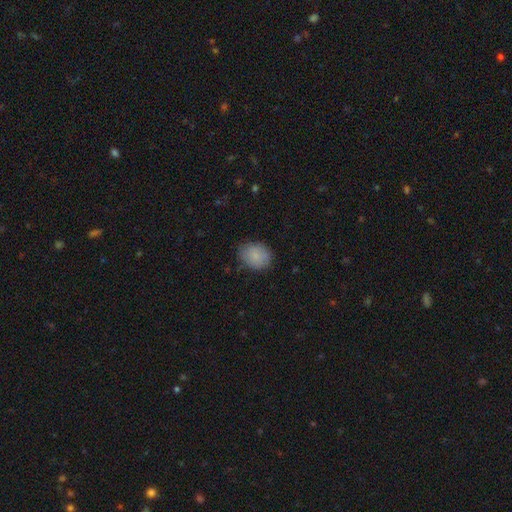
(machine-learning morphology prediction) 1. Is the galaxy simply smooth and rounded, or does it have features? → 85% smooth, 8% star or artifact, 7% featured or disk.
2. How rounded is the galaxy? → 56% round, 43% in between, 1% cigar-shaped.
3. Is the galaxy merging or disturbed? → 78% none, 17% minor disturbance, 4% major disturbance, 1% merger.